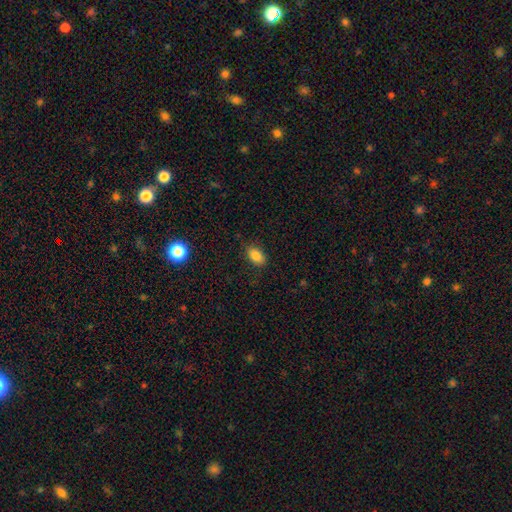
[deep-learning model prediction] smooth_or_featured: smooth (p=0.85) [alt: star or artifact p=0.10]
how_rounded: in between (p=0.89) [alt: round p=0.09]
merging: none (p=0.84) [alt: minor disturbance p=0.12]